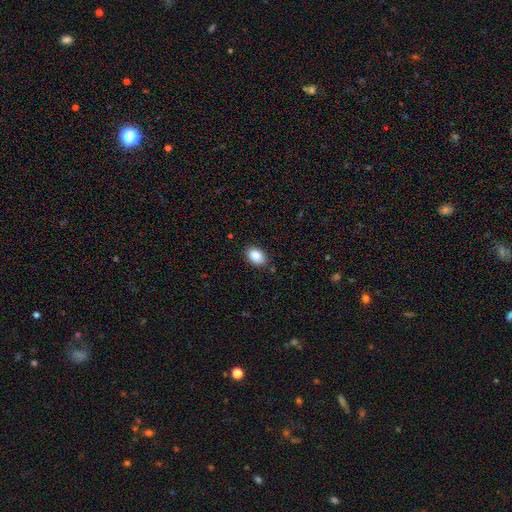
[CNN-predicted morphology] A smooth galaxy with no disk features (88%) that is in between round and cigar-shaped (88%).

Vote fractions:
- Smooth or featured? smooth: 88% / star or artifact: 8% / featured or disk: 4%
- How rounded? in between: 88% / round: 11% / cigar-shaped: 1%
- Merging? none: 86% / minor disturbance: 10% / major disturbance: 2% / merger: 1%